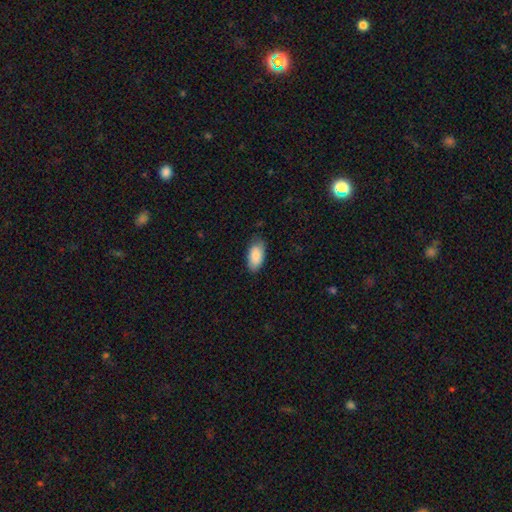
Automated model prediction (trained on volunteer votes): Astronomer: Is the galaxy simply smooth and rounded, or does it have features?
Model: smooth — 86%.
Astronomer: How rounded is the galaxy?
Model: in between — 94%.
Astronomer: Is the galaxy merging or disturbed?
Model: none — 73%.